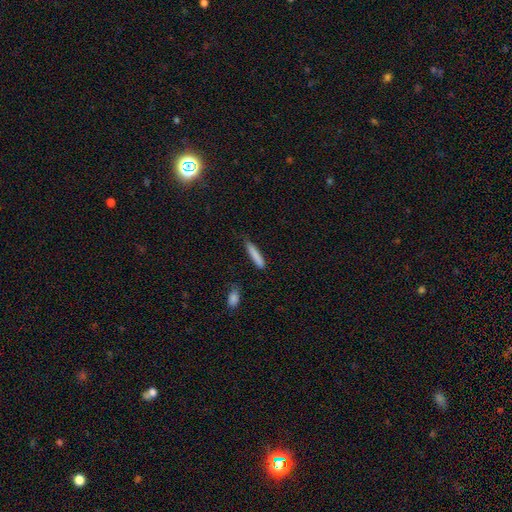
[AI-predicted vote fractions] Smooth or featured? Predicted: smooth (p=0.83). How rounded? Predicted: cigar-shaped (p=0.90). Merging? Predicted: none (p=0.74).